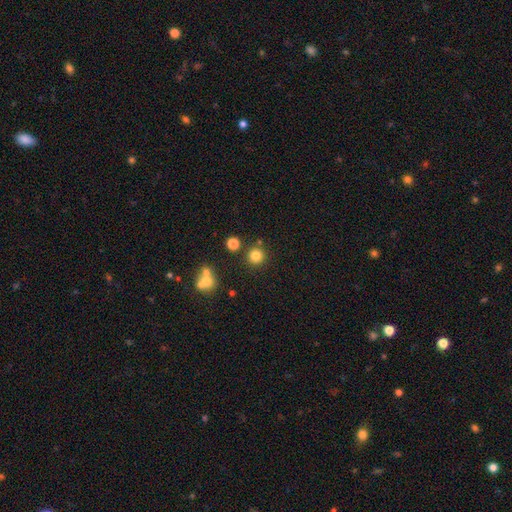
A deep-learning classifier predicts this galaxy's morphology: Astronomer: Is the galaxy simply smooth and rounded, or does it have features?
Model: smooth — 81%.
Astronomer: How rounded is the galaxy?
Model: round — 93%.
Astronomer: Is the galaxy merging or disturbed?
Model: none — 82%.